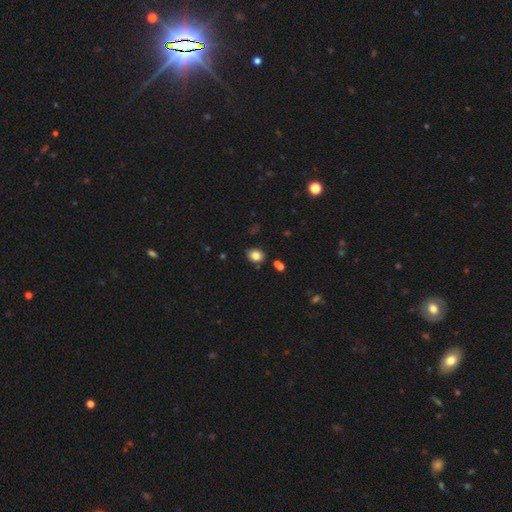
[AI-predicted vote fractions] A smooth galaxy with no disk features (82%) that is in between round and cigar-shaped (57%). Merging: none (82%).